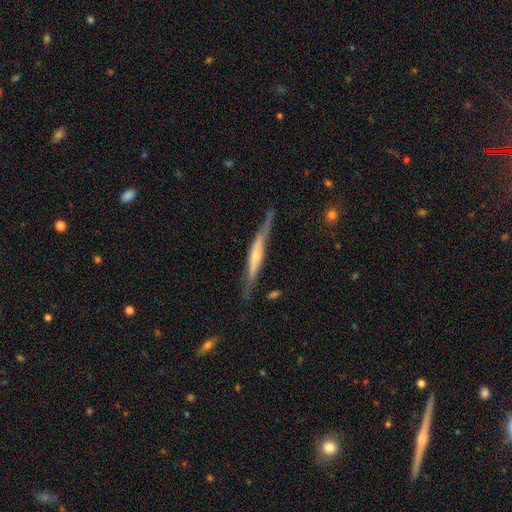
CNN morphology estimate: A featured or disk galaxy (70%) viewed edge-on (92%) with a rounded central bulge (65%). Merging: none (71%).